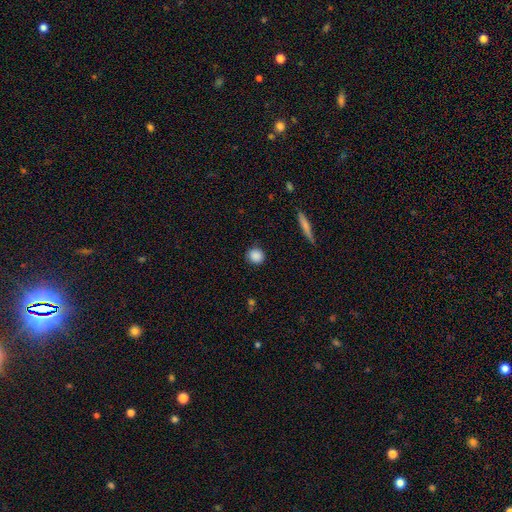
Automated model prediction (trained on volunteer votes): Smooth or featured? Predicted: smooth (p=0.87). How rounded? Predicted: round (p=0.89). Merging? Predicted: none (p=0.88).